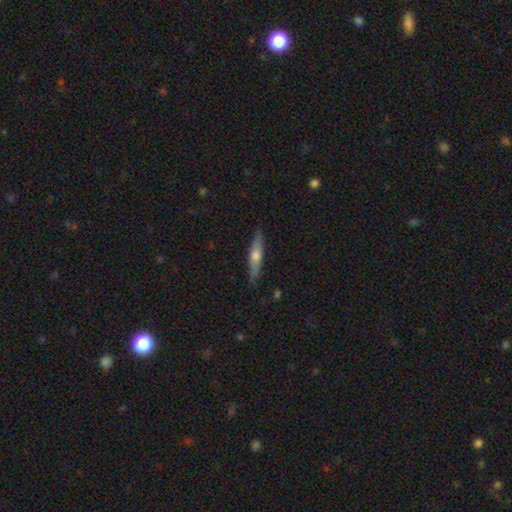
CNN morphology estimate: smooth-or-featured: smooth: 47% (tied) | featured or disk: 47% (tied) | star or artifact: 6%
  merging: none: 88% | minor disturbance: 9% | major disturbance: 2% | merger: 1%